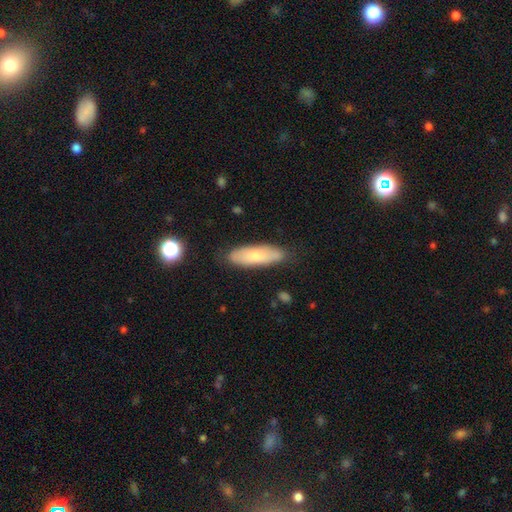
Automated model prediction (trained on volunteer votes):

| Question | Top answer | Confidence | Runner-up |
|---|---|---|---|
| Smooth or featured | smooth | 66% | featured or disk (27%) |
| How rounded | in between | 56% | cigar-shaped (42%) |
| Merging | none | 81% | minor disturbance (14%) |